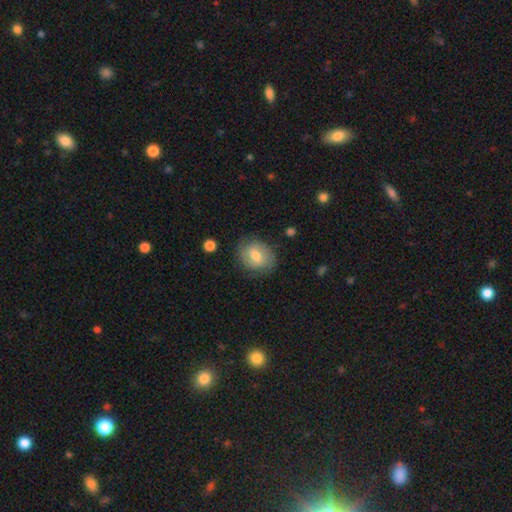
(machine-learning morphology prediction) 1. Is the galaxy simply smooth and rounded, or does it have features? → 64% smooth, 29% featured or disk, 7% star or artifact.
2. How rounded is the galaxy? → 60% round, 39% in between, 1% cigar-shaped.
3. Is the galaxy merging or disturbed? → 76% none, 17% minor disturbance, 6% major disturbance, 1% merger.